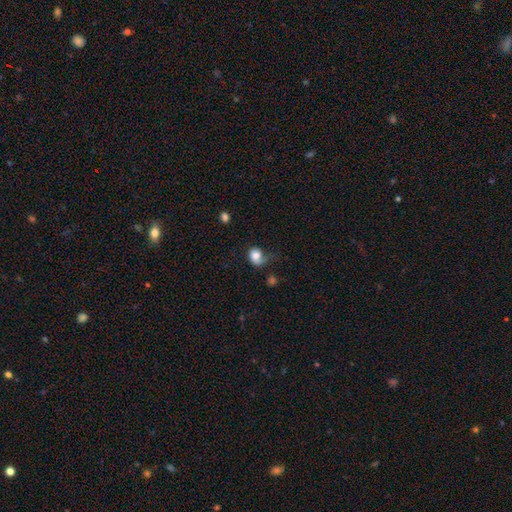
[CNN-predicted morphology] Smooth or featured?
  - smooth: 71% *
  - featured or disk: 20%
  - star or artifact: 9%
How rounded?
  - round: 52% *
  - in between: 47%
  - cigar-shaped: 1%
Merging?
  - major disturbance: 36% *
  - minor disturbance: 31%
  - none: 29%
  - merger: 5%